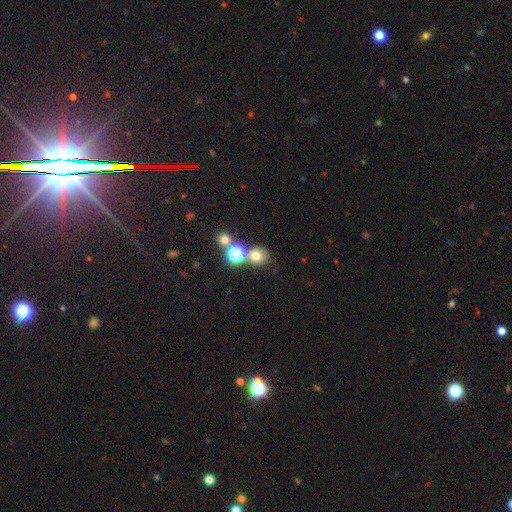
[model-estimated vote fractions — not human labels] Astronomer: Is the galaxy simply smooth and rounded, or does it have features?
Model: smooth — 70%.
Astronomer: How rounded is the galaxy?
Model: round — 81%.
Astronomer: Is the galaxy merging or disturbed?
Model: none — 63%.